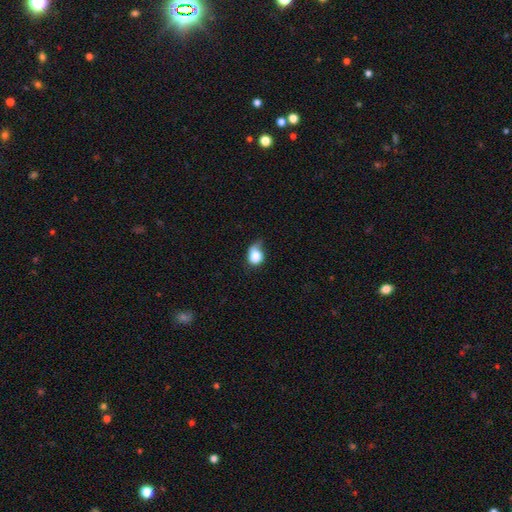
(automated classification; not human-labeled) Smooth or featured? Predicted: smooth (p=0.81). How rounded? Predicted: round (p=0.50). Merging? Predicted: minor disturbance (p=0.46).